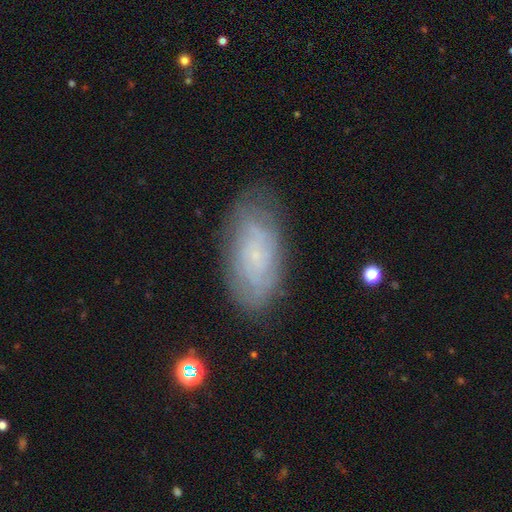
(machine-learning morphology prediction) type=featured or disk (59%); edge-on=no (92%); bar=no (78%); spiral arms=yes (79%); bulge=small (81%); merging=none (75%).